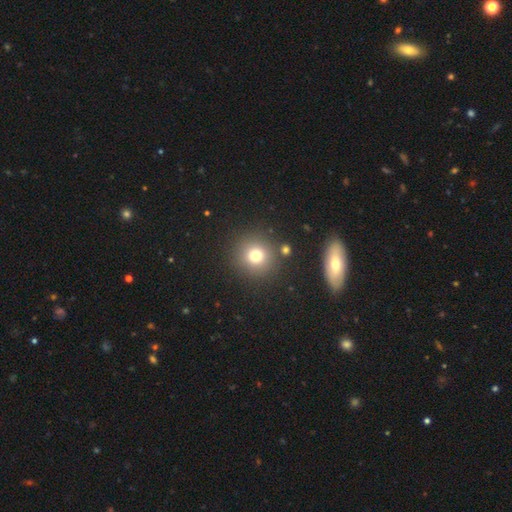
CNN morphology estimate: A smooth galaxy with no disk features (74%) that is round (92%). Merging: none (85%).